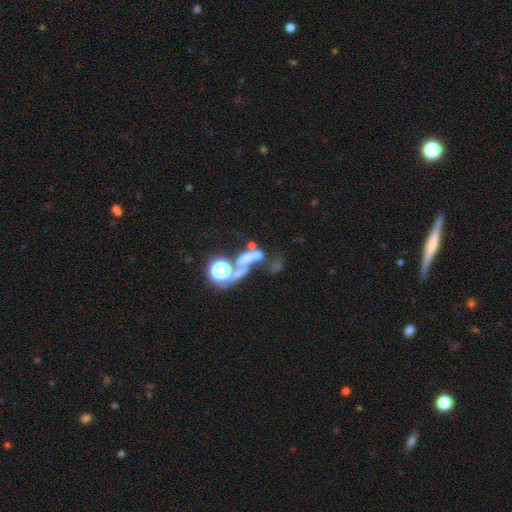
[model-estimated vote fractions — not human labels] smooth-or-featured: smooth: 38% | featured or disk: 34% | star or artifact: 29%
  merging: merger: 50% | major disturbance: 24% | none: 18% | minor disturbance: 8%